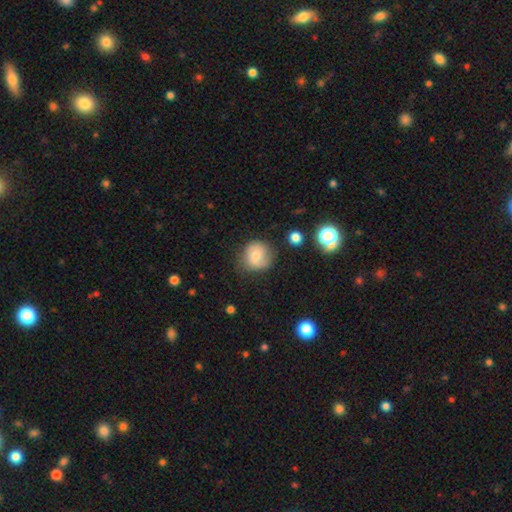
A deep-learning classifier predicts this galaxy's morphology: Overall: smooth (65%; featured or disk 25%). How rounded: round (85%). Merging: none (65%).